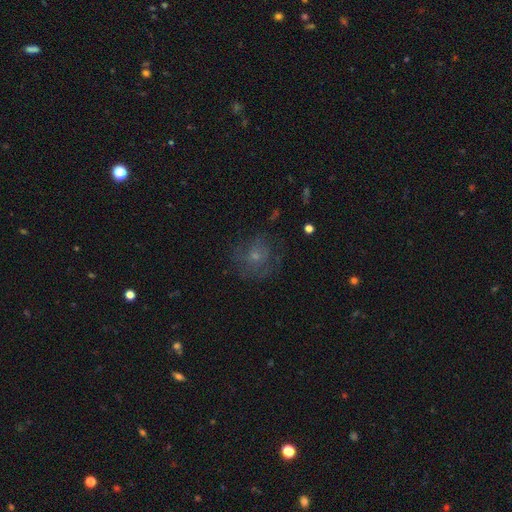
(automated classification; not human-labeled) The model was most divided on "smooth or featured": featured or disk: 45%, smooth: 40%, star or artifact: 15%. More confident: merging — none (61%).